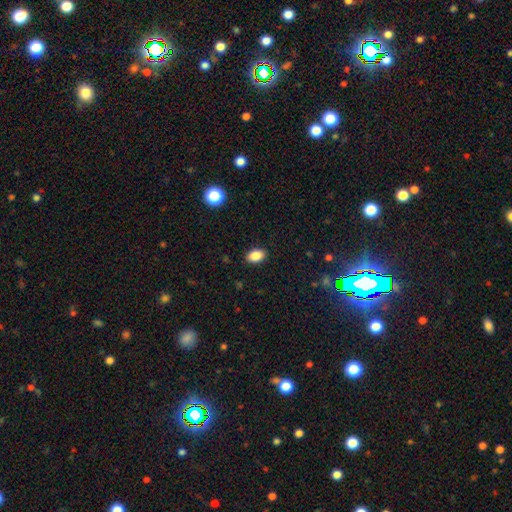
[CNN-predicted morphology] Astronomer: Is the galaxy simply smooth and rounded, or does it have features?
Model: smooth — 87%.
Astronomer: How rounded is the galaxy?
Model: in between — 87%.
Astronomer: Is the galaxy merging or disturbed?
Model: none — 89%.